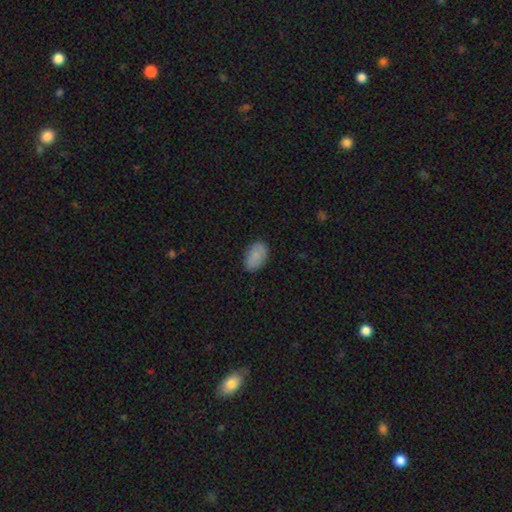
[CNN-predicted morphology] smooth-or-featured: smooth: 87% | star or artifact: 7% | featured or disk: 6%
  how-rounded: in between: 93% | round: 6% | cigar-shaped: 1%
  merging: none: 86% | minor disturbance: 11% | major disturbance: 2% | merger: 1%